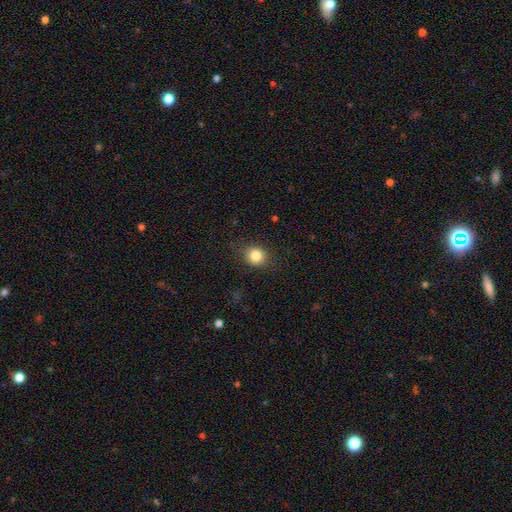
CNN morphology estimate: Smooth or featured?
  - smooth: 83% *
  - star or artifact: 11%
  - featured or disk: 6%
How rounded?
  - round: 78% *
  - in between: 22%
  - cigar-shaped: 1%
Merging?
  - none: 84% *
  - minor disturbance: 11%
  - major disturbance: 4%
  - merger: 1%